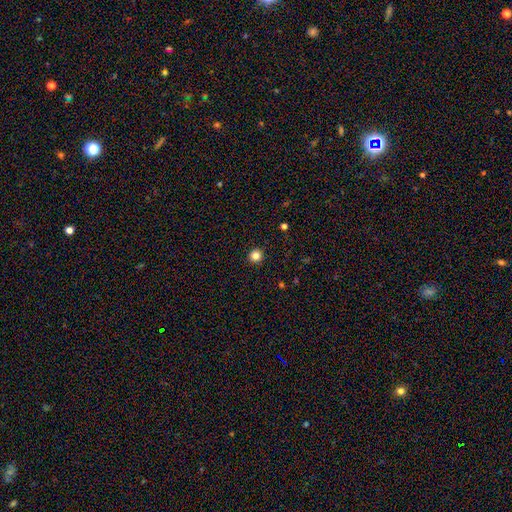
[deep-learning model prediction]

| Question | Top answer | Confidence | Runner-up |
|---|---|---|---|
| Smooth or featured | smooth | 84% | star or artifact (12%) |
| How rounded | round | 95% | in between (4%) |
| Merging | none | 93% | minor disturbance (4%) |